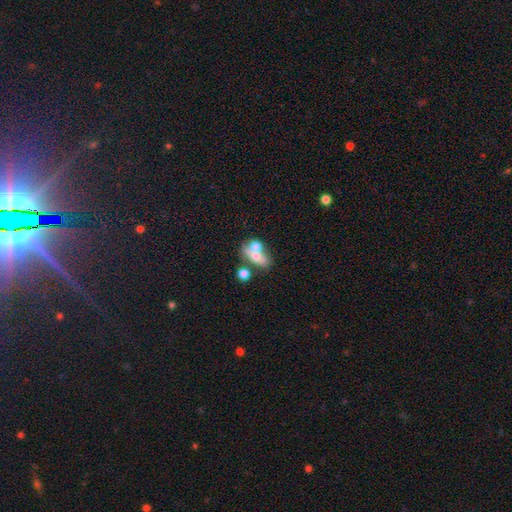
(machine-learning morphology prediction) Smooth or featured? Predicted: smooth (p=0.55). How rounded? Predicted: in between (p=0.68). Merging? Predicted: merger (p=0.50).